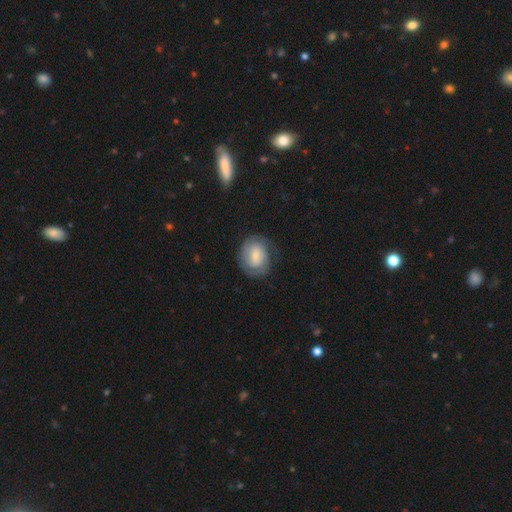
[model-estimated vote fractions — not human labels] A smooth galaxy with no disk features (47%).

Vote fractions:
- Smooth or featured? smooth: 47% / featured or disk: 45% / star or artifact: 7%
- Merging? none: 70% / minor disturbance: 20% / major disturbance: 9% / merger: 1%